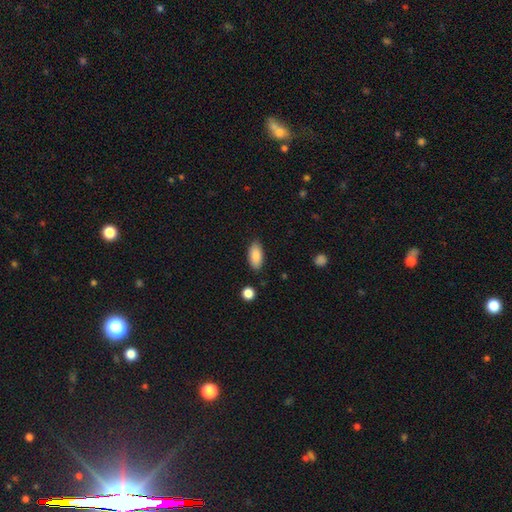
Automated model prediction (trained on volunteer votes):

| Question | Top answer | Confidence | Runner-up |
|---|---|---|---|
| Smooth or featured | smooth | 87% | star or artifact (7%) |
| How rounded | in between | 90% | cigar-shaped (7%) |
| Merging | none | 85% | minor disturbance (10%) |